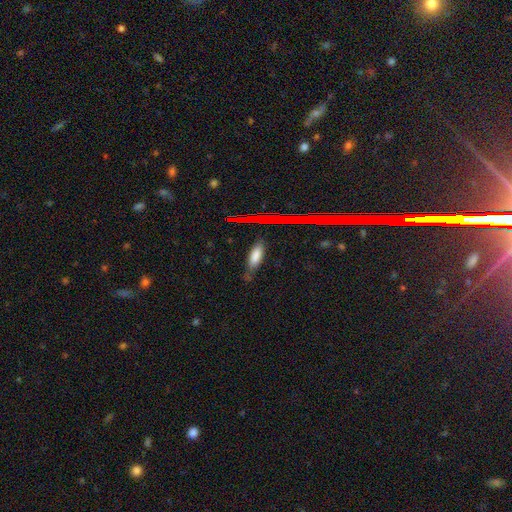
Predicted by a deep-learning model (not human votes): This appears to be a smooth galaxy with no disk features (69%) that is in between round and cigar-shaped (53%). Merging: none (71%).